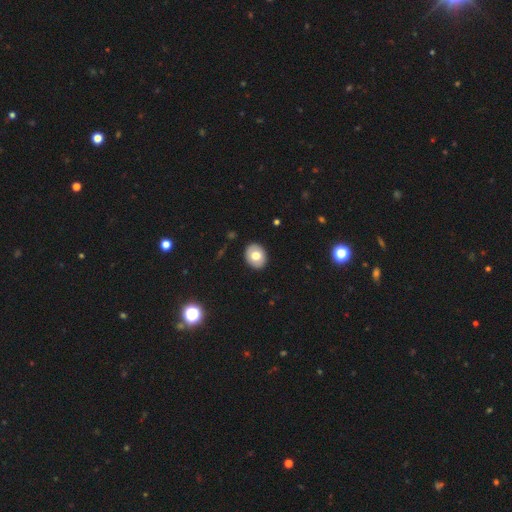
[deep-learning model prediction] This appears to be a smooth galaxy with no disk features (73%) that is round (51%). Merging: none (90%).